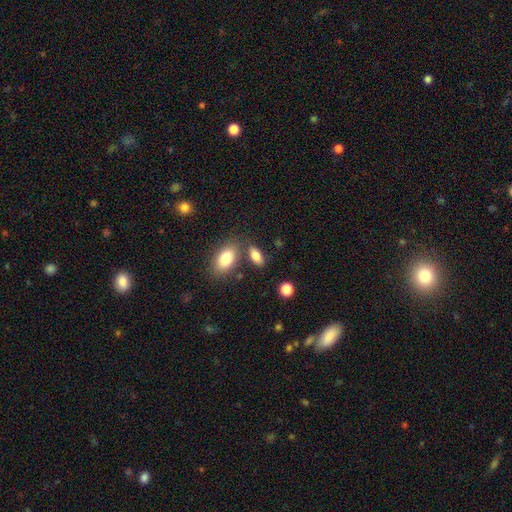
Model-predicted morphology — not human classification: Overall: smooth (82%). How rounded: in between (84%). Merging: none (70%).